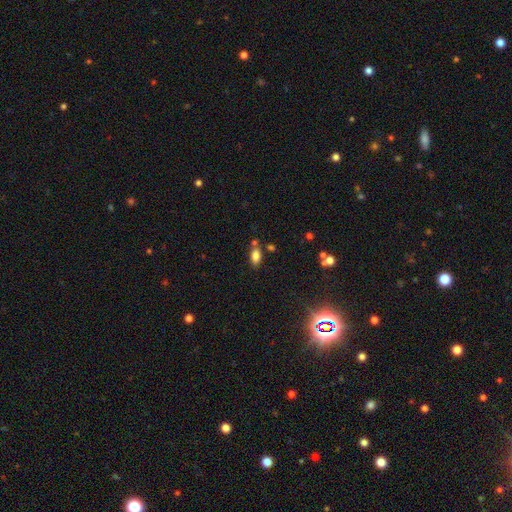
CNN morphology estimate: Smooth or featured: smooth — 81% (star or artifact — 11%)
How rounded: in between — 89% (cigar-shaped — 6%)
Merging: none — 69% (merger — 14%)